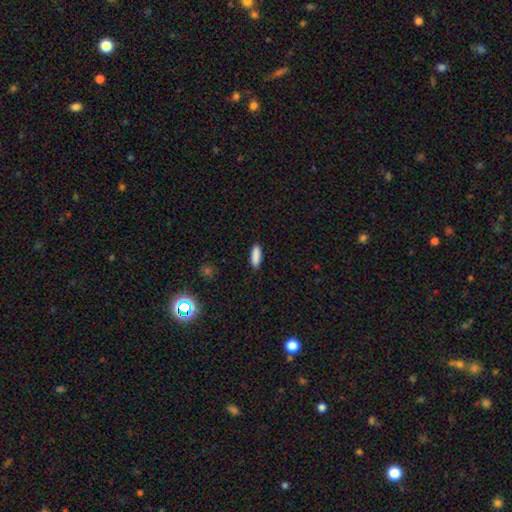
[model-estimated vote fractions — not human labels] Smooth or featured? smooth (88%)
How rounded? in between (52%)
Merging? none (89%)